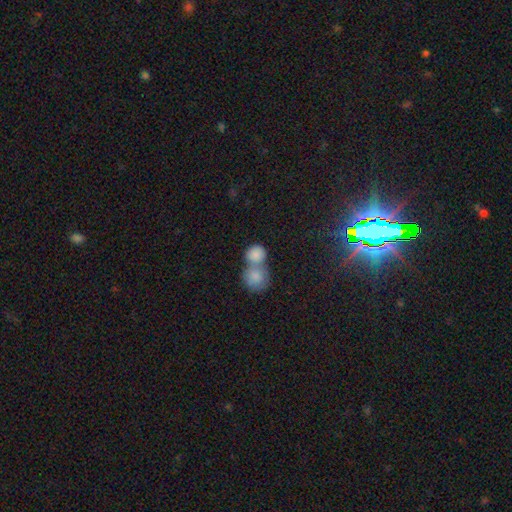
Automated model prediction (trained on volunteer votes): The model was most divided on "merging": merger: 64%, none: 27%, minor disturbance: 6%, major disturbance: 3%. More confident: smooth or featured — smooth (85%); how rounded — round (79%).